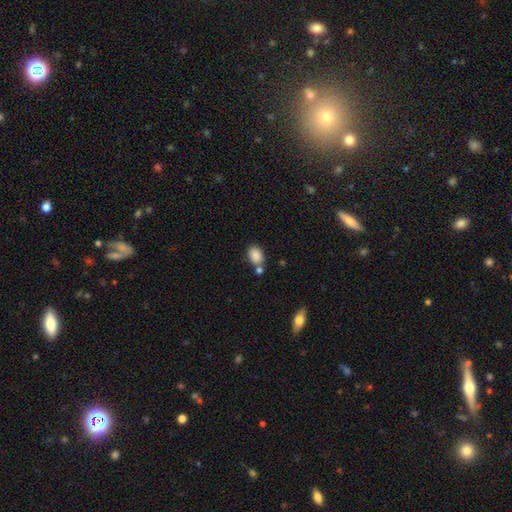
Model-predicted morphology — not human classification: smooth-or-featured: smooth: 87% | star or artifact: 8% | featured or disk: 5%
  how-rounded: in between: 73% | round: 26% | cigar-shaped: 1%
  merging: none: 63% | merger: 20% | minor disturbance: 13% | major disturbance: 4%